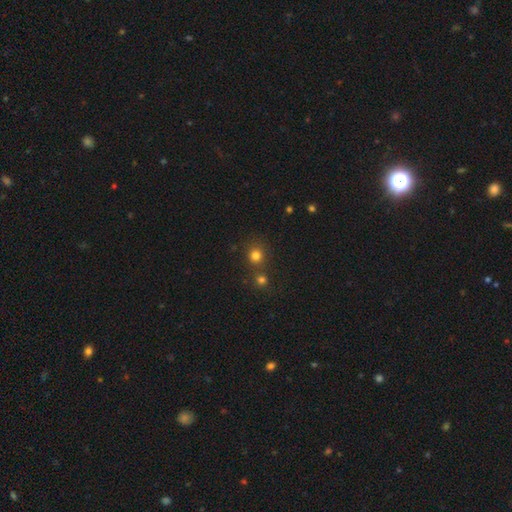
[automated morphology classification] The model was most divided on "merging": none: 71%, merger: 19%, minor disturbance: 7%, major disturbance: 3%. More confident: how rounded — round (90%); smooth or featured — smooth (77%).